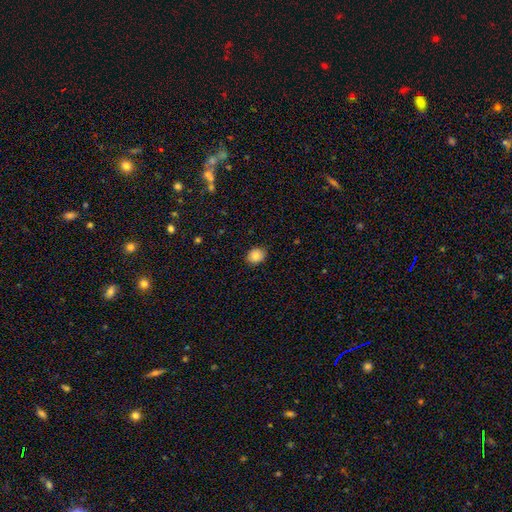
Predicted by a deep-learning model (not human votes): smooth_or_featured: smooth (p=0.85) [alt: star or artifact p=0.09]
how_rounded: round (p=0.61) [alt: in between p=0.38]
merging: none (p=0.87) [alt: minor disturbance p=0.10]